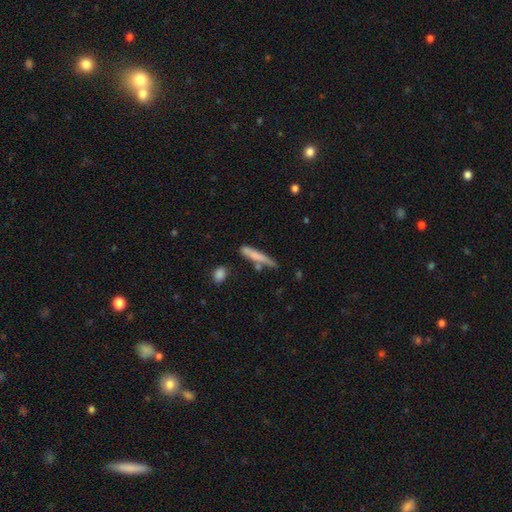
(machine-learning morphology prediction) Smooth or featured: smooth — 69% (featured or disk — 24%)
How rounded: cigar-shaped — 91% (in between — 7%)
Merging: none — 60% (minor disturbance — 23%)